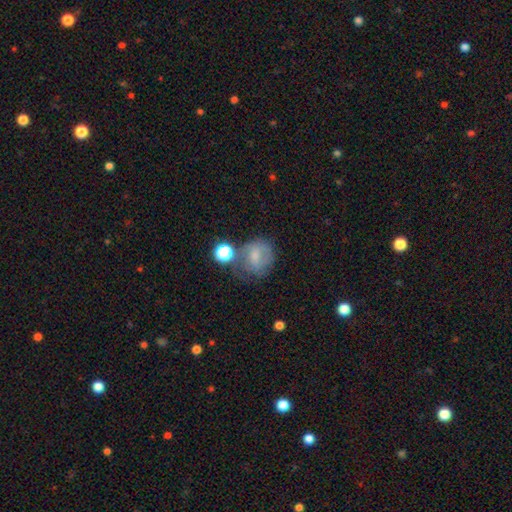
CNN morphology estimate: A smooth galaxy with no disk features (58%) that is round (70%). Merging: none (45%).